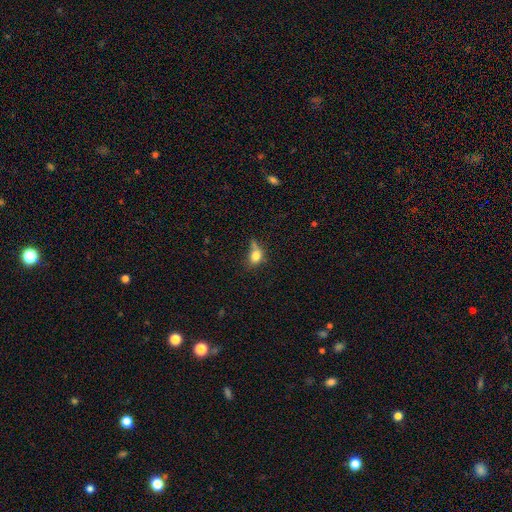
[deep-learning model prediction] This is likely a smooth galaxy (77%). How rounded: possibly in between (58%). Merging: marginally none (38%).